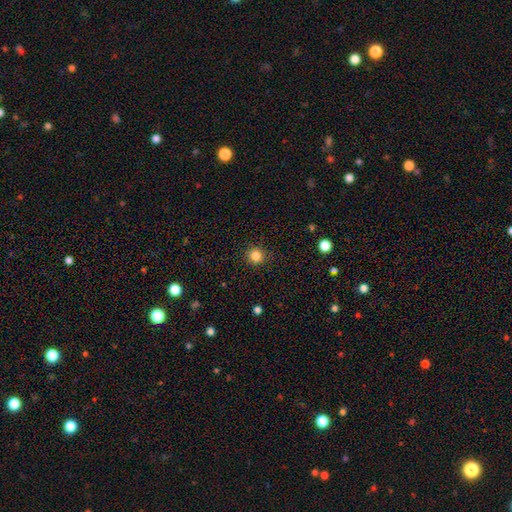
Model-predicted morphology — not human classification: The model was most divided on "smooth or featured": smooth: 84%, star or artifact: 12%, featured or disk: 4%. More confident: how rounded — round (93%); merging — none (90%).